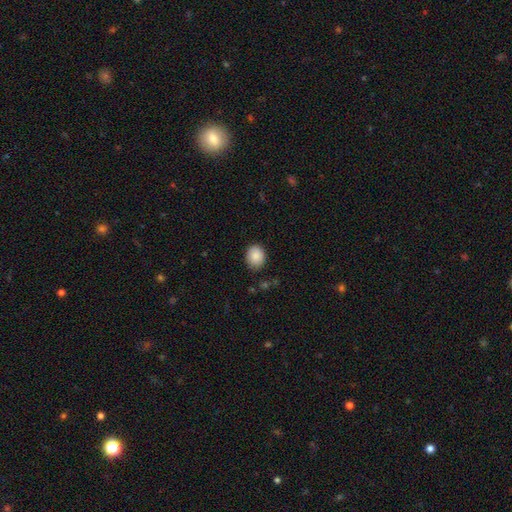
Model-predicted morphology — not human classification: Overall: smooth (88%). How rounded: round (54%; in between 46%). Merging: none (85%).